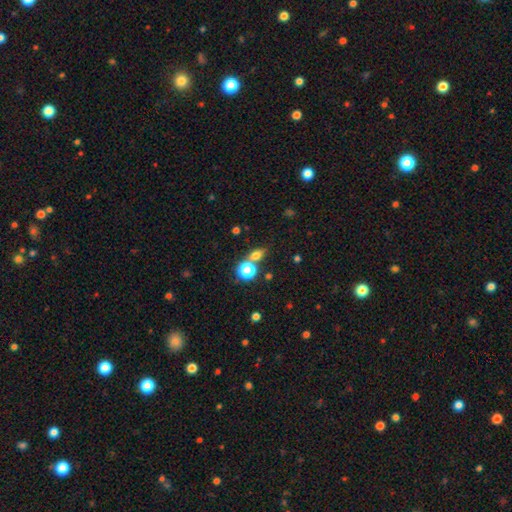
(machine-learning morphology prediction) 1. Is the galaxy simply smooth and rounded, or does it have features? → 67% smooth, 22% star or artifact, 11% featured or disk.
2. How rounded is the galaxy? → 55% in between, 40% round, 5% cigar-shaped.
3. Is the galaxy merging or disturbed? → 66% none, 20% merger, 10% minor disturbance, 4% major disturbance.